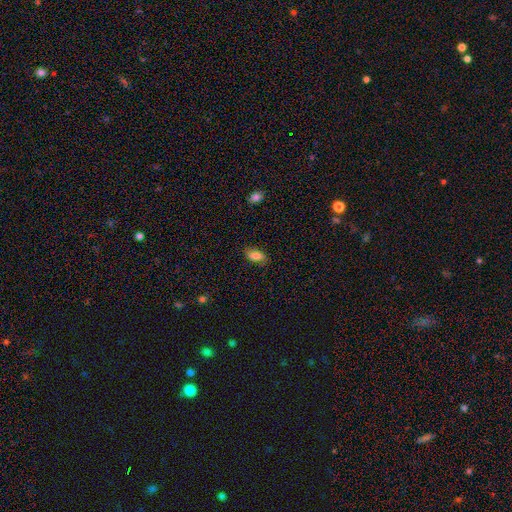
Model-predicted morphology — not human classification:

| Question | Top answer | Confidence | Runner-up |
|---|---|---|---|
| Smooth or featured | smooth | 77% | featured or disk (15%) |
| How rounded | in between | 87% | cigar-shaped (8%) |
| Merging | none | 81% | minor disturbance (15%) |